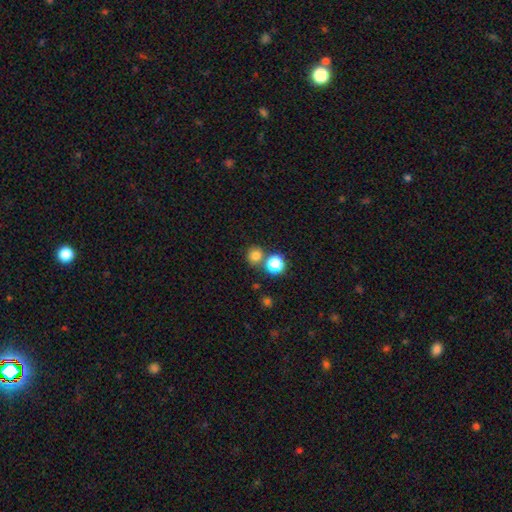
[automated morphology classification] smooth-or-featured: smooth: 77% | star or artifact: 17% | featured or disk: 6%
  how-rounded: round: 89% | in between: 10% | cigar-shaped: 1%
  merging: none: 69% | merger: 20% | minor disturbance: 7% | major disturbance: 3%